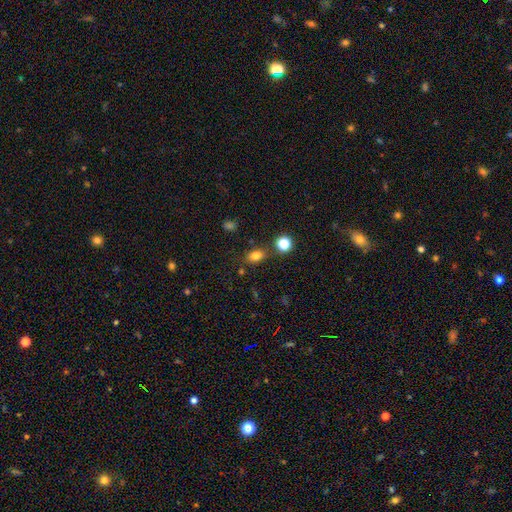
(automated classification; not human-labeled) Morphology: type=smooth (80%); roundness=in between (73%); merging=none (76%).